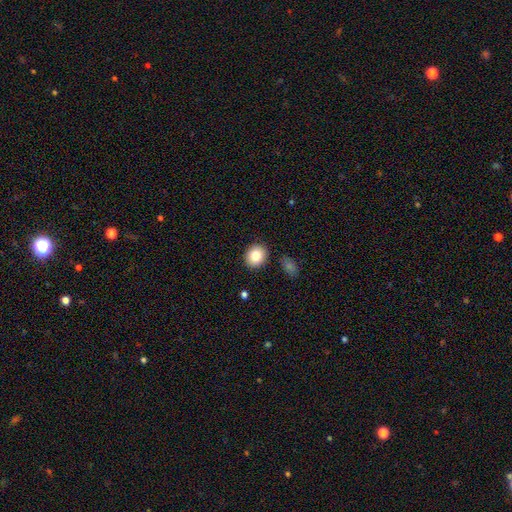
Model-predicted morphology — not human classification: The model was most divided on "how rounded": round: 69%, in between: 30%, cigar-shaped: 1%. More confident: merging — none (88%); smooth or featured — smooth (82%).